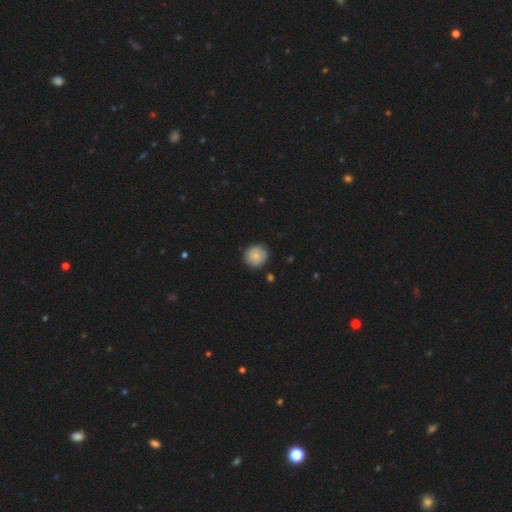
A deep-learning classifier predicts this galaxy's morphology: Smooth or featured? Predicted: smooth (p=0.68). How rounded? Predicted: round (p=0.91). Merging? Predicted: none (p=0.81).